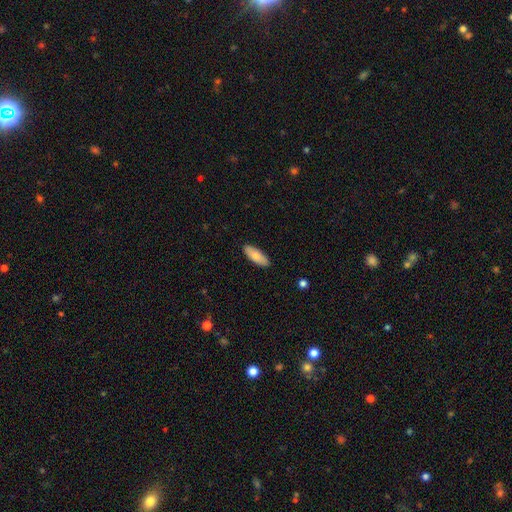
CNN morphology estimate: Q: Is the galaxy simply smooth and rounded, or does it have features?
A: smooth — 79%.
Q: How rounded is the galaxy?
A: in between — 69%.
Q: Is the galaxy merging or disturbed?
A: none — 89%.